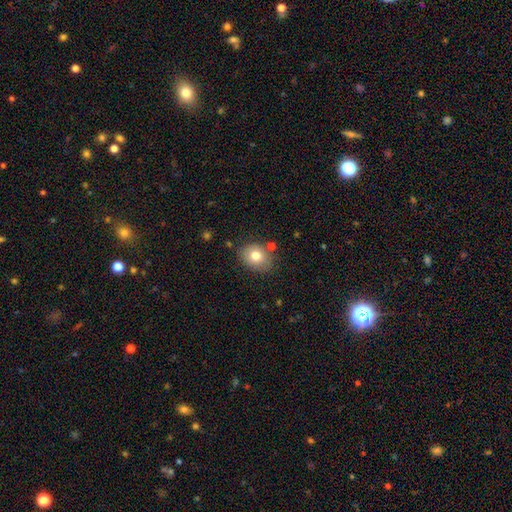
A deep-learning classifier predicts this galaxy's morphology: Q: Smooth or featured?
A: smooth (77%); runner-up: featured or disk (13%)
Q: How rounded?
A: in between (55%); runner-up: round (45%)
Q: Merging?
A: none (77%); runner-up: minor disturbance (15%)